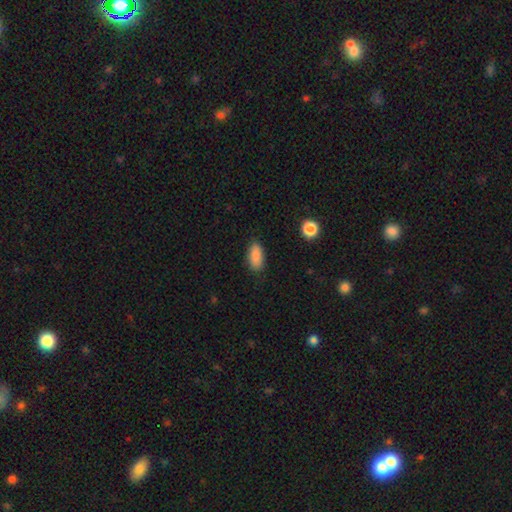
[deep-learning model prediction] smooth 88%, star or artifact 8%, featured or disk 5%. Down the decision tree: how rounded — in between (87%); merging — none (85%).